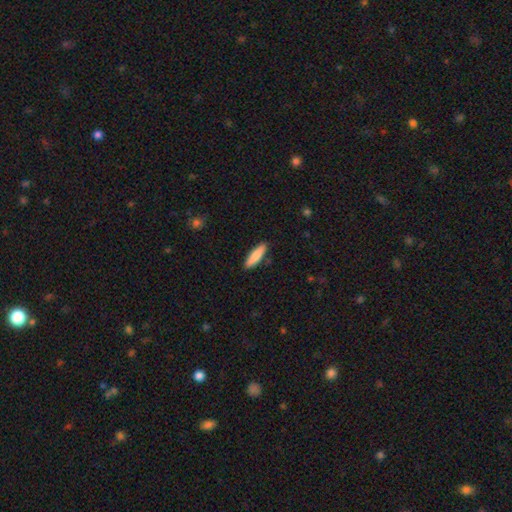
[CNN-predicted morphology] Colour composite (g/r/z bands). It shows a smooth galaxy with no disk features (84%) that is cigar-shaped (73%). Merging: none (90%).